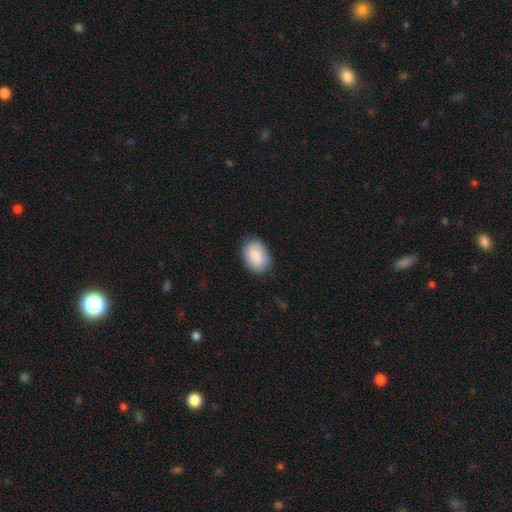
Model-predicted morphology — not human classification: This appears to be a smooth galaxy with no disk features (86%) that is in between round and cigar-shaped (84%). Merging: none (82%).